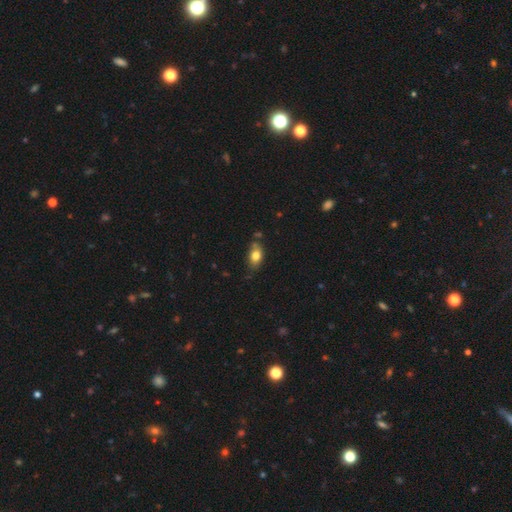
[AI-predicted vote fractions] Smooth or featured?
  - smooth: 79% *
  - featured or disk: 12%
  - star or artifact: 8%
How rounded?
  - in between: 85% *
  - round: 12%
  - cigar-shaped: 3%
Merging?
  - none: 67% *
  - minor disturbance: 21%
  - merger: 7%
  - major disturbance: 4%